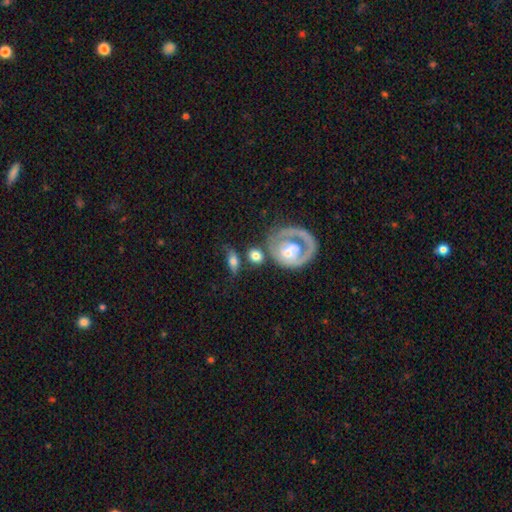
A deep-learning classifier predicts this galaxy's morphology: Smooth or featured: smooth — 56% (featured or disk — 36%)
How rounded: in between — 56% (round — 41%)
Merging: none — 47% (merger — 22%)